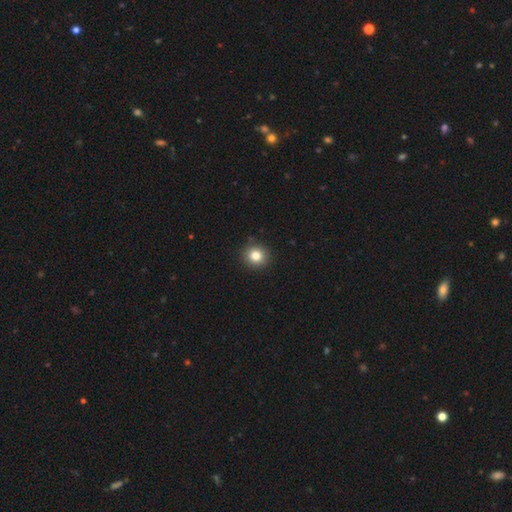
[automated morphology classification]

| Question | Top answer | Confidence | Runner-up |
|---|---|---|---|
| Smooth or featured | smooth | 82% | star or artifact (11%) |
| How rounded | round | 90% | in between (9%) |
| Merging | none | 90% | minor disturbance (7%) |